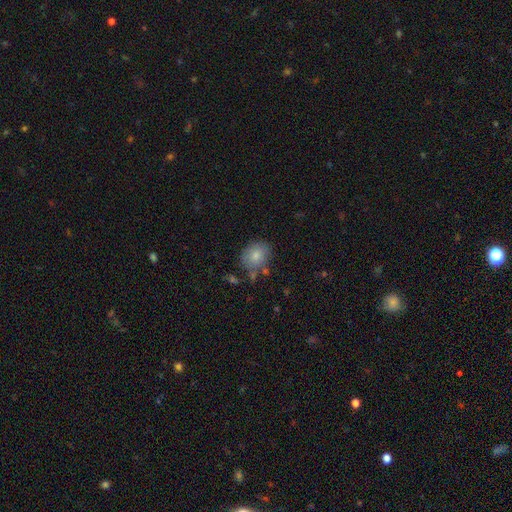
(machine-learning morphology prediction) Smooth or featured?
  - smooth: 80% *
  - featured or disk: 12%
  - star or artifact: 8%
How rounded?
  - round: 64% *
  - in between: 35%
  - cigar-shaped: 1%
Merging?
  - none: 64% *
  - minor disturbance: 21%
  - merger: 9%
  - major disturbance: 6%